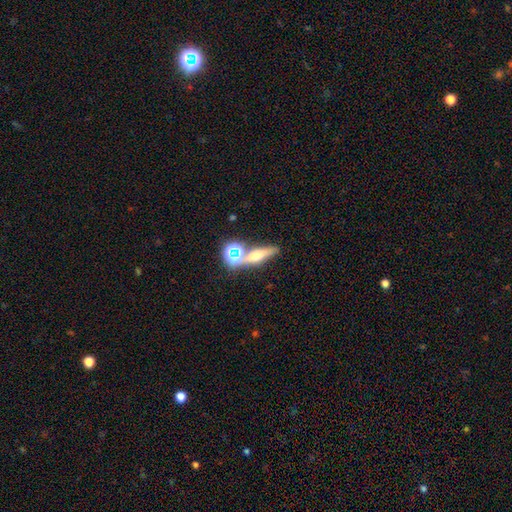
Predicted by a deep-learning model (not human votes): Smooth or featured: smooth — 48% (featured or disk — 30%)
Merging: none — 65% (merger — 19%)